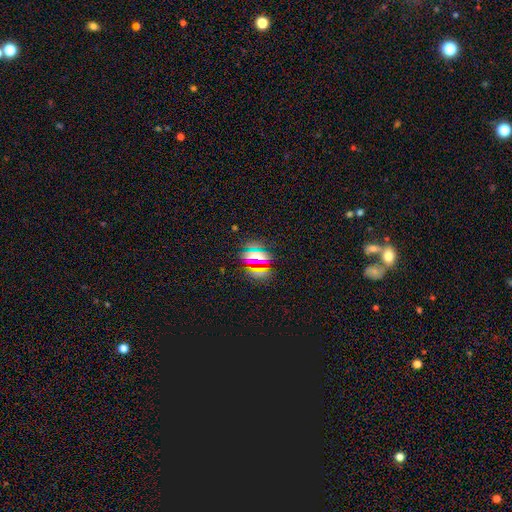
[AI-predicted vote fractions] Q: Smooth or featured?
A: smooth (46%); runner-up: star or artifact (41%)
Q: Merging?
A: none (75%); runner-up: minor disturbance (13%)